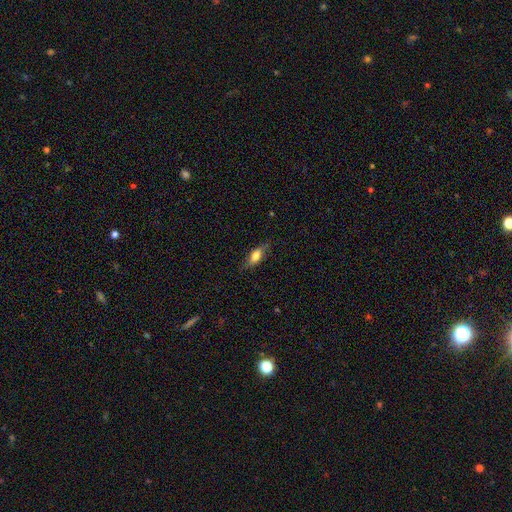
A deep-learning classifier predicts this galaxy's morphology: smooth-or-featured: smooth: 71% | featured or disk: 22% | star or artifact: 7%
  how-rounded: in between: 70% | cigar-shaped: 27% | round: 3%
  merging: none: 75% | minor disturbance: 19% | major disturbance: 5% | merger: 1%